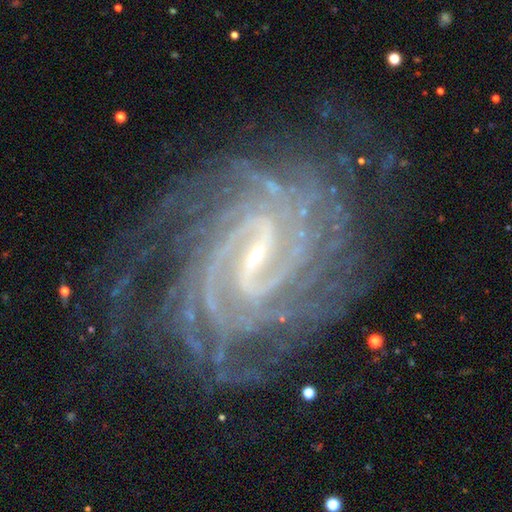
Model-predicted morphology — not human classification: Smooth or featured?
  - featured or disk: 93% *
  - star or artifact: 4%
  - smooth: 2%
Edge-on disk?
  - no: 98% *
  - yes: 2%
Bar?
  - strong: 49% *
  - weak: 40%
  - no: 11%
Spiral arms?
  - yes: 99% *
  - no: 1%
Spiral winding?
  - tight: 74% *
  - medium: 22%
  - loose: 4%
Spiral arm count?
  - 2: 21% *
  - 4: 20%
  - can't tell: 18%
  - more than 4: 18%
  - 3: 14%
  - 1: 10%
Bulge size?
  - small: 81% *
  - moderate: 14%
  - none: 4%
  - large: 1%
  - dominant: 1%
Merging?
  - none: 76% *
  - minor disturbance: 15%
  - major disturbance: 7%
  - merger: 1%